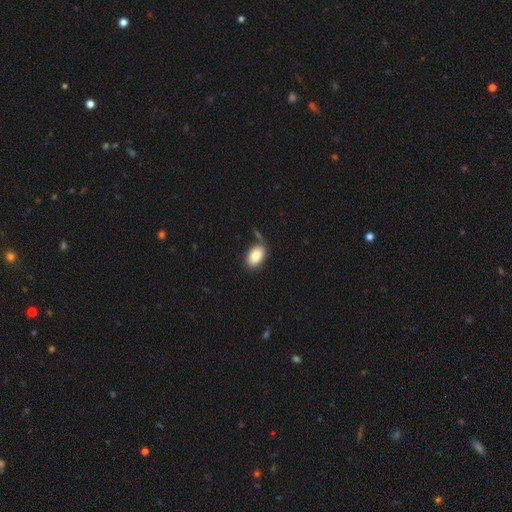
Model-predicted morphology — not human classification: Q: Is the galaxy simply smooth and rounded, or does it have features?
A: smooth — 87%.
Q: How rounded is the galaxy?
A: in between — 90%.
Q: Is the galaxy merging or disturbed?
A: none — 70%.